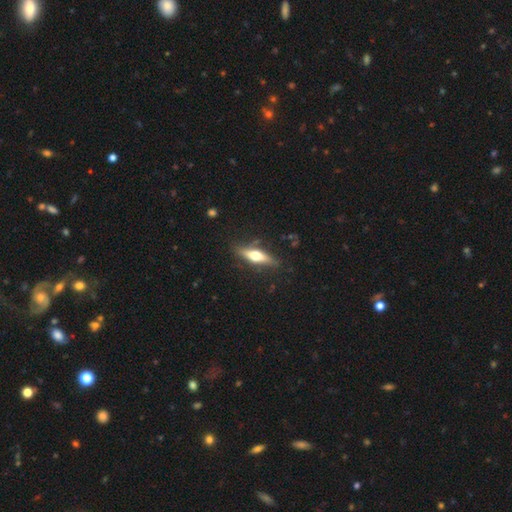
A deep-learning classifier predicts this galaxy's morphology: type=featured or disk (52%); edge-on=yes (90%); merging=none (82%).